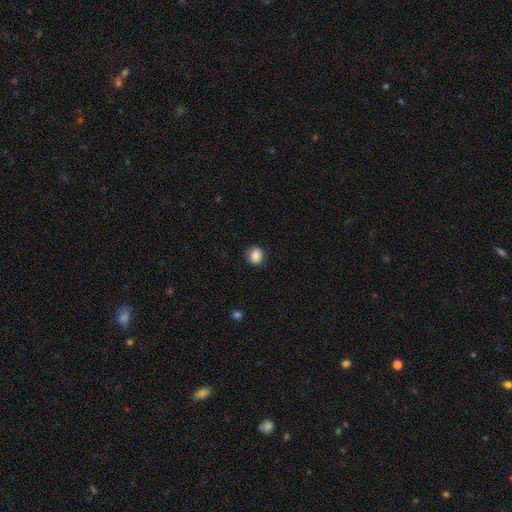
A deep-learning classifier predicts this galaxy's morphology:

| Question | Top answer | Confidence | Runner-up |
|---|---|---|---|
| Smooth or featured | smooth | 83% | star or artifact (9%) |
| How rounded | round | 81% | in between (18%) |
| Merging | none | 86% | minor disturbance (11%) |